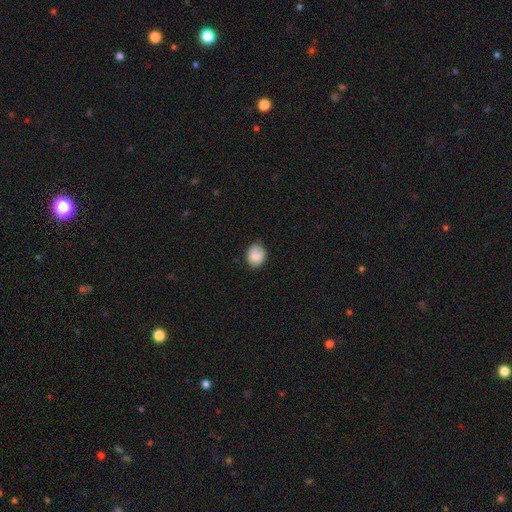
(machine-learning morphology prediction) type=smooth (87%); roundness=round (62%); merging=none (77%).